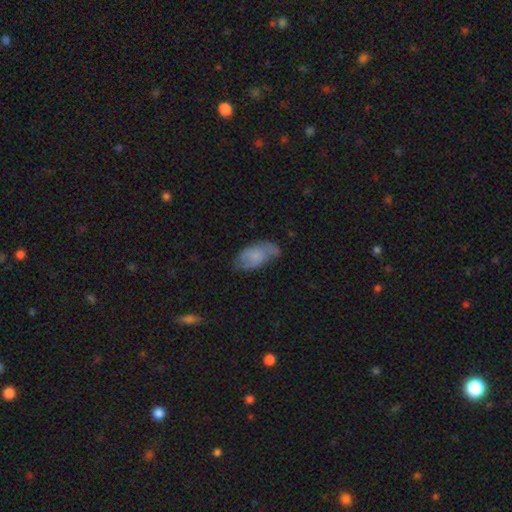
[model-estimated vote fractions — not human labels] smooth 64%, featured or disk 28%, star or artifact 8%. Down the decision tree: how rounded — in between (93%); merging — none (54%).